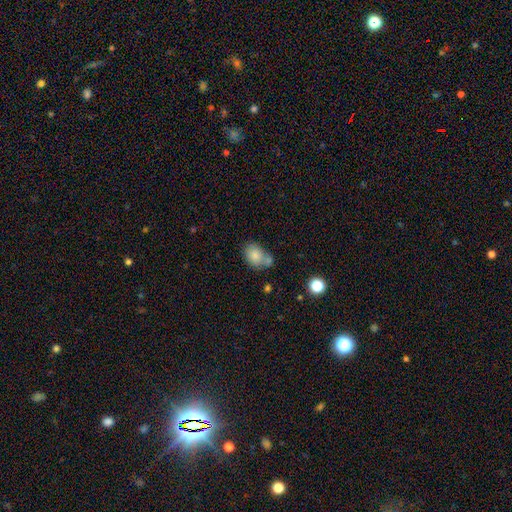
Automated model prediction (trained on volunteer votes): Overall: smooth (81%). How rounded: in between (72%). Merging: none (47%; merger 29%).